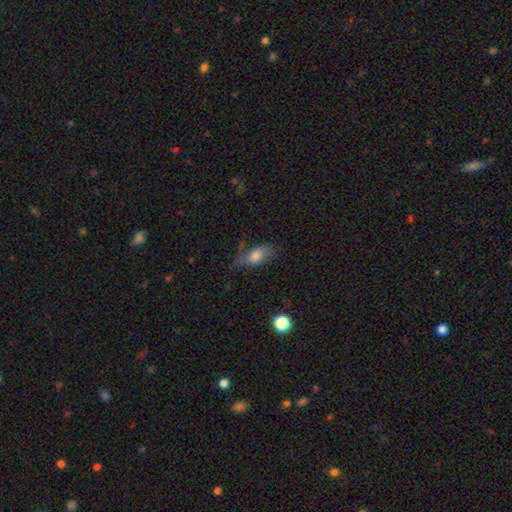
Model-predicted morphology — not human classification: This appears to be a smooth galaxy with no disk features (69%) that is in between round and cigar-shaped (84%). Merging: none (51%).